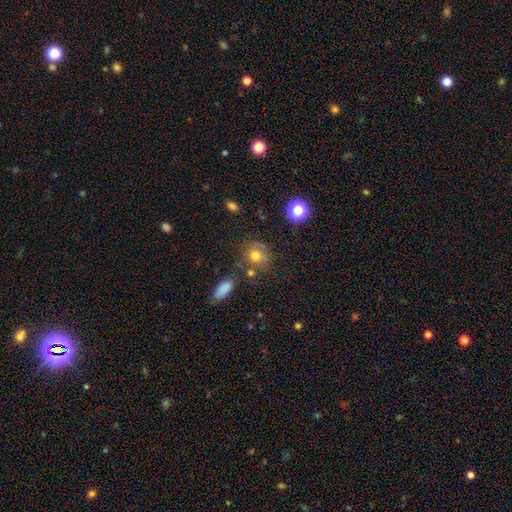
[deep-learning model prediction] Overall: smooth (68%). How rounded: round (76%). Merging: none (64%).